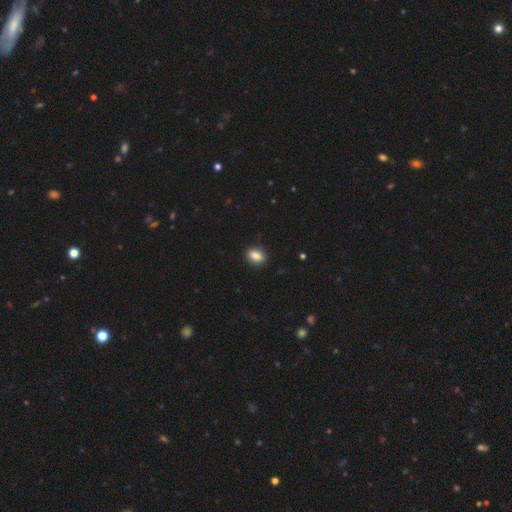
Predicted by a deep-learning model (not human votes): Overall: smooth (87%). How rounded: in between (80%). Merging: none (90%).